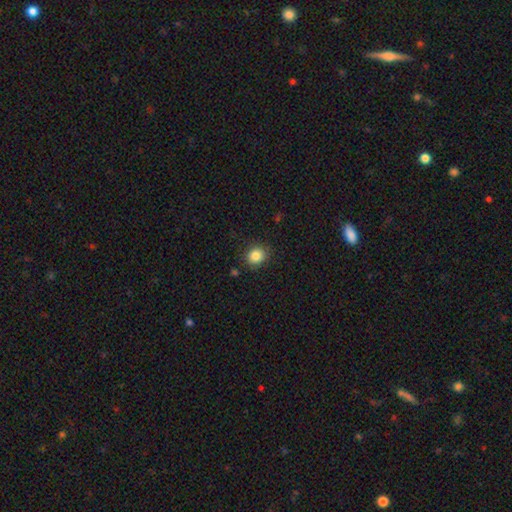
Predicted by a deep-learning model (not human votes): Smooth or featured: smooth — 84% (star or artifact — 11%)
How rounded: round — 81% (in between — 18%)
Merging: none — 87% (minor disturbance — 9%)